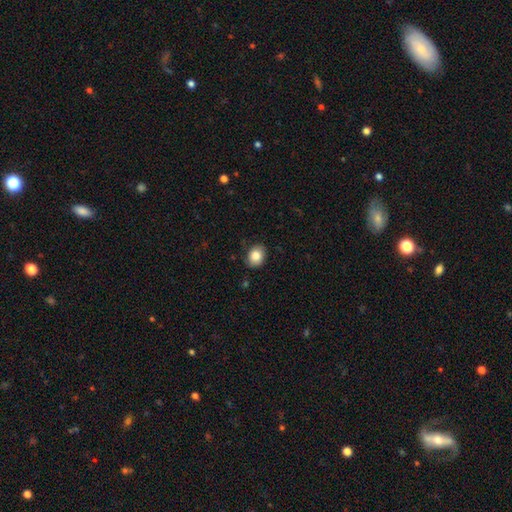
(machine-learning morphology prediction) A smooth galaxy with no disk features (85%) that is in between round and cigar-shaped (57%). Merging: none (82%).